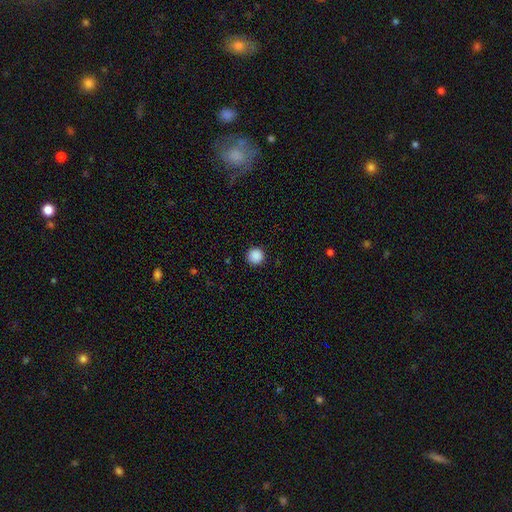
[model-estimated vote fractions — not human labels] This appears to be a smooth galaxy with no disk features (88%) that is round (96%). Merging: none (93%).